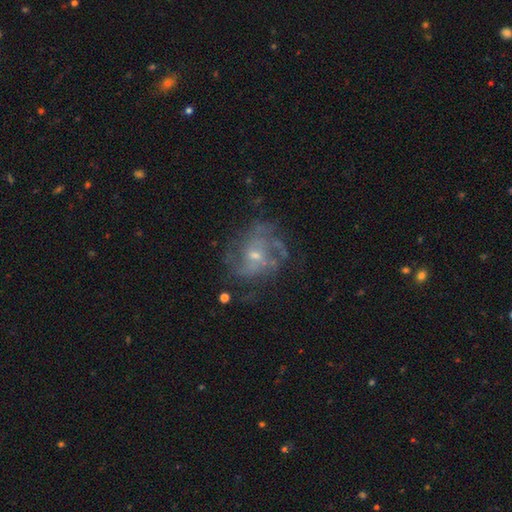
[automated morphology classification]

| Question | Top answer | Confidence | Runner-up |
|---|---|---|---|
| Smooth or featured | featured or disk | 77% | smooth (13%) |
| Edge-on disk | no | 97% | yes (3%) |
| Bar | no | 60% | weak (34%) |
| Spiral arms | yes | 79% | no (21%) |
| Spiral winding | medium | 45% | tight (30%) |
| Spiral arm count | can't tell | 39% | 2 (24%) |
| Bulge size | small | 60% | moderate (34%) |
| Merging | none | 59% | minor disturbance (20%) |